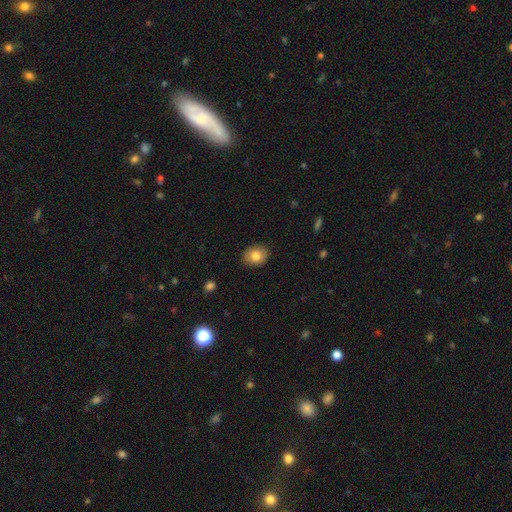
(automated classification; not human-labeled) smooth 82%, featured or disk 9%, star or artifact 9%. Down the decision tree: how rounded — in between (52%); merging — none (87%).